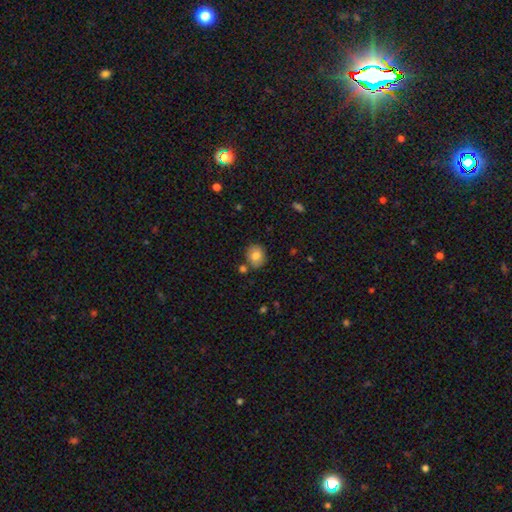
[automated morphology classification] smooth_or_featured: smooth (p=0.76) [alt: featured or disk p=0.15]
how_rounded: round (p=0.71) [alt: in between p=0.28]
merging: none (p=0.77) [alt: minor disturbance p=0.13]